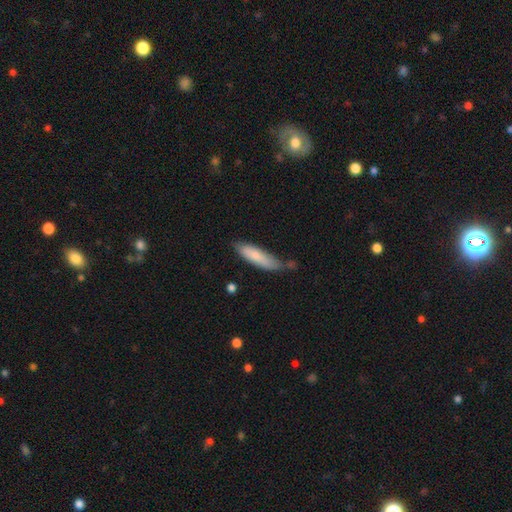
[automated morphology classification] This appears to be a smooth galaxy with no disk features (79%) that is cigar-shaped (68%). Merging: none (60%).